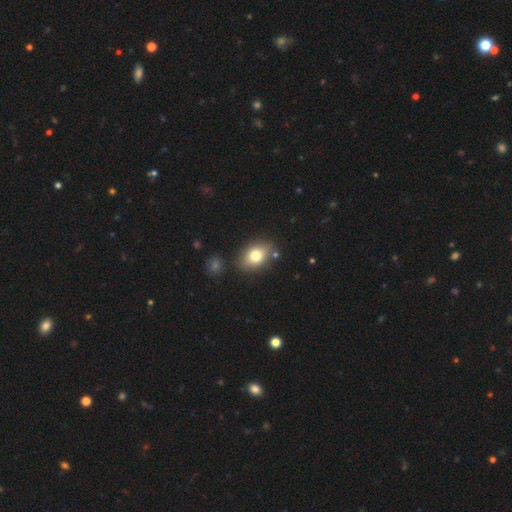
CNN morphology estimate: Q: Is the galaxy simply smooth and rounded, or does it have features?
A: smooth — 77%.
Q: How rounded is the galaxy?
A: in between — 76%.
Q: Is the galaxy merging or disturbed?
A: none — 80%.